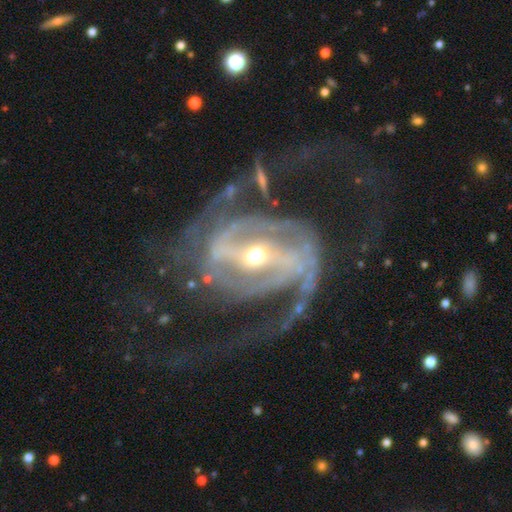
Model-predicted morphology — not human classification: This appears to be a featured or disk galaxy (91%) with a strong bar (66%), 2 (83%) medium (50%) spiral arms (96%) and a moderate central bulge (58%). Merging: none (57%).